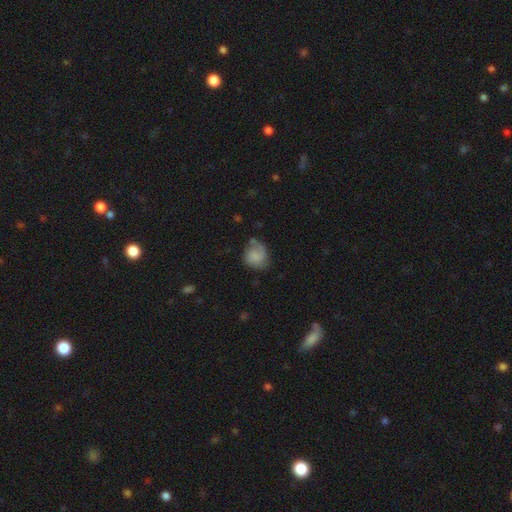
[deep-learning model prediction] smooth_or_featured: smooth (p=0.60) [alt: featured or disk p=0.31]
how_rounded: round (p=0.67) [alt: in between p=0.32]
merging: none (p=0.49) [alt: minor disturbance p=0.30]